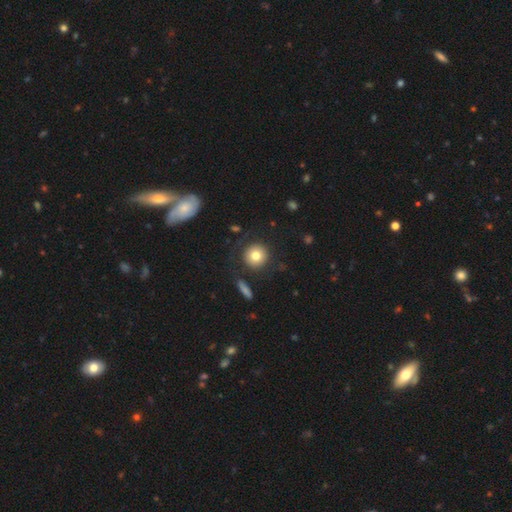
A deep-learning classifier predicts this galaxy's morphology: smooth_or_featured: smooth (p=0.79) [alt: featured or disk p=0.12]
how_rounded: round (p=0.93) [alt: in between p=0.06]
merging: none (p=0.84) [alt: minor disturbance p=0.09]